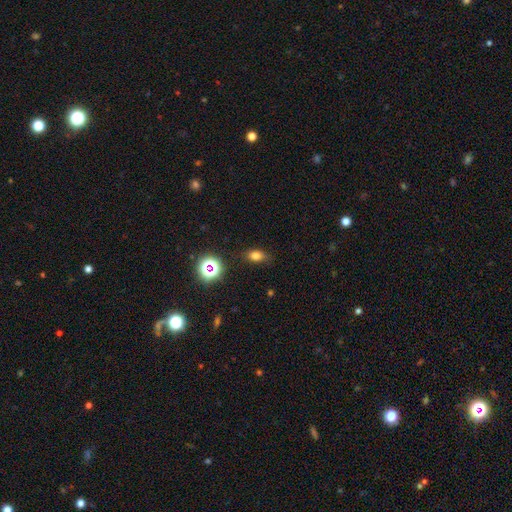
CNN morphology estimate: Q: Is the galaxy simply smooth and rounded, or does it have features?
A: smooth — 73%.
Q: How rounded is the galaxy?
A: in between — 76%.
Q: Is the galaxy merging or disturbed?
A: none — 82%.